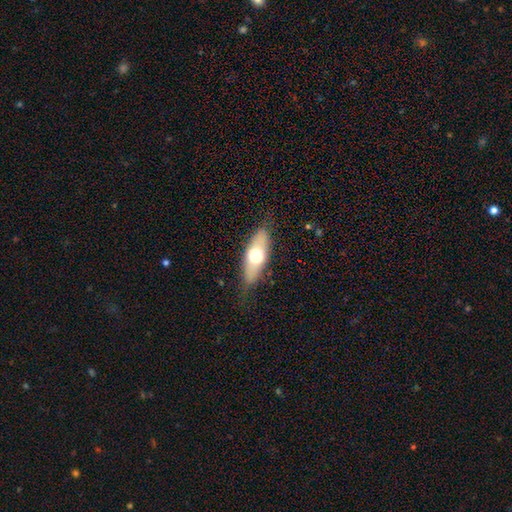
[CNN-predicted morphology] This is possibly a smooth galaxy (56%). How rounded: likely in between (67%). Merging: clearly none (81%).